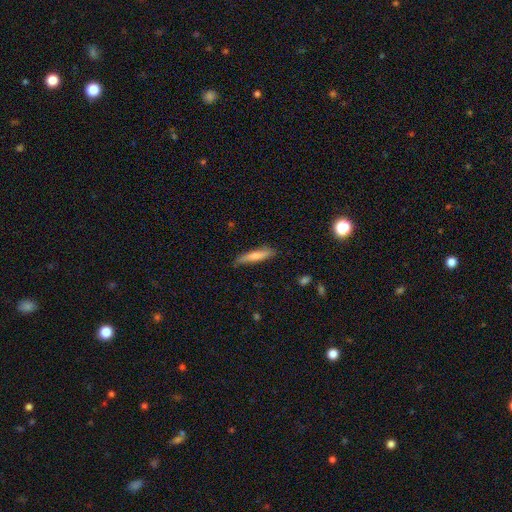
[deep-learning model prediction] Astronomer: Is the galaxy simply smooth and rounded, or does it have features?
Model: smooth — 73%.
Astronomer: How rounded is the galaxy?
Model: cigar-shaped — 88%.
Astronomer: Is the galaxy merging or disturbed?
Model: none — 81%.